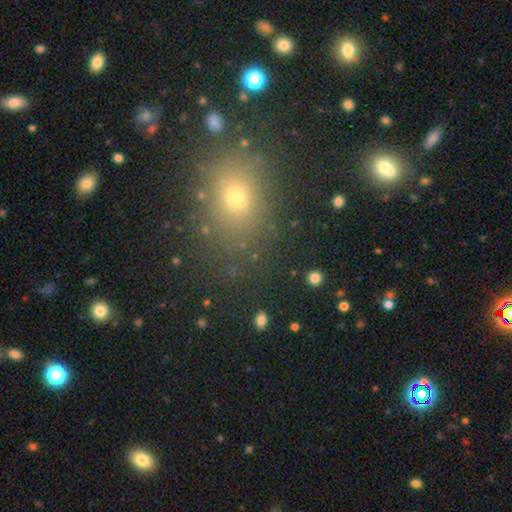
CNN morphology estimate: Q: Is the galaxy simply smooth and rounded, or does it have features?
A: smooth — 59%.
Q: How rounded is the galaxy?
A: in between — 56%.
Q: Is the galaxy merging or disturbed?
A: none — 84%.